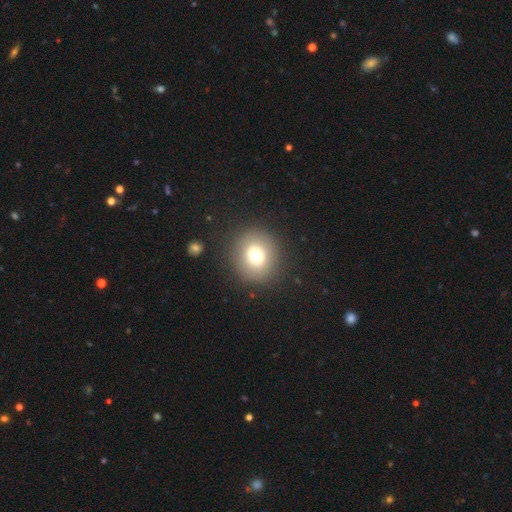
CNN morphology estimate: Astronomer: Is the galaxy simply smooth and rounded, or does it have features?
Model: smooth — 71%.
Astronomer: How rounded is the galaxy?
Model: round — 90%.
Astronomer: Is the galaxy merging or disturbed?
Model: none — 87%.